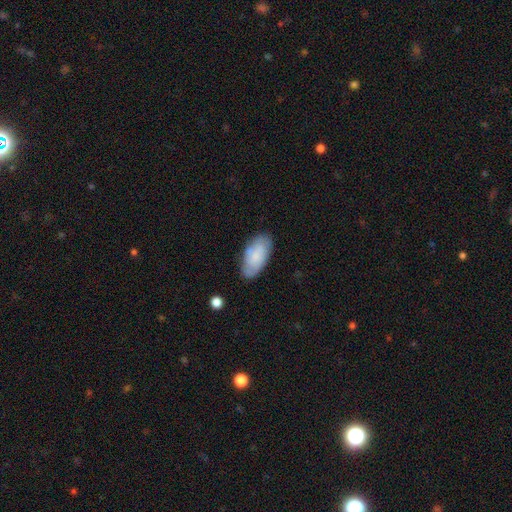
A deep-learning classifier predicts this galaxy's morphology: A smooth galaxy with no disk features (68%) that is in between round and cigar-shaped (93%). Merging: none (77%).